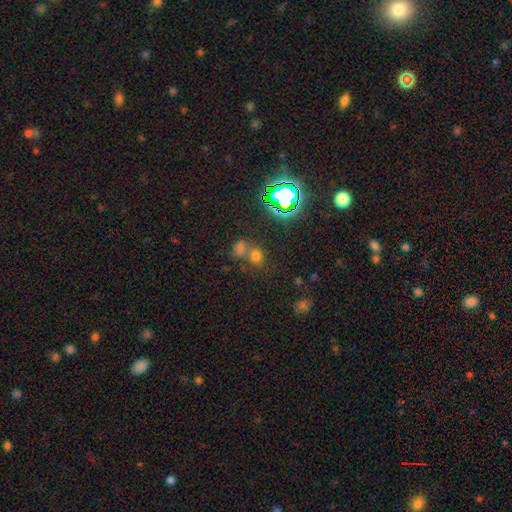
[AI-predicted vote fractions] smooth-or-featured: smooth: 58% | star or artifact: 33% | featured or disk: 9%
  how-rounded: round: 67% | in between: 31% | cigar-shaped: 2%
  merging: none: 48% | merger: 40% | minor disturbance: 8% | major disturbance: 4%